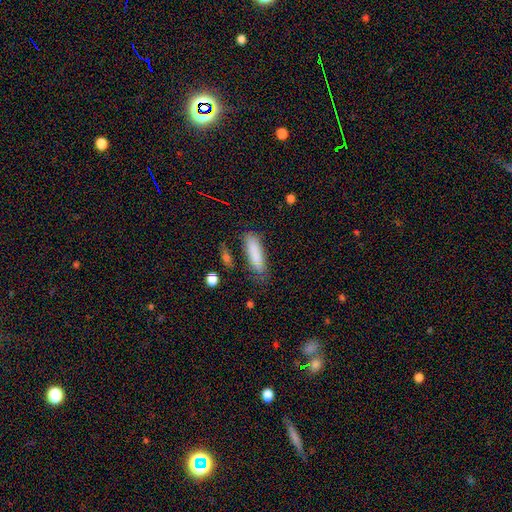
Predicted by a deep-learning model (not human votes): The model was most divided on "how rounded": in between: 57%, cigar-shaped: 41%, round: 2%. More confident: smooth or featured — smooth (81%); merging — none (54%).